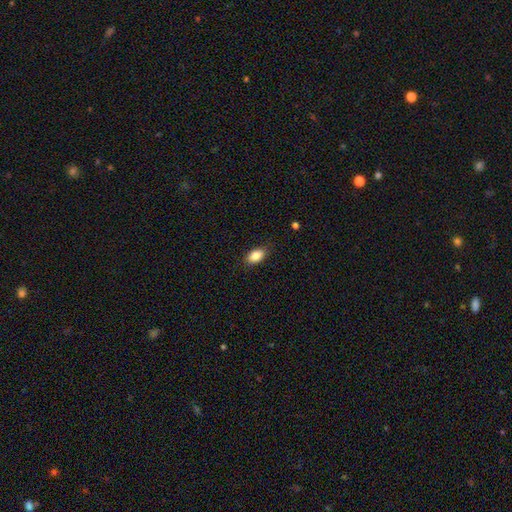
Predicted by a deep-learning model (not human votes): A smooth galaxy with no disk features (85%) that is in between round and cigar-shaped (90%).

Vote fractions:
- Smooth or featured? smooth: 85% / star or artifact: 8% / featured or disk: 7%
- How rounded? in between: 90% / round: 7% / cigar-shaped: 2%
- Merging? none: 85% / minor disturbance: 12% / major disturbance: 3% / merger: 1%